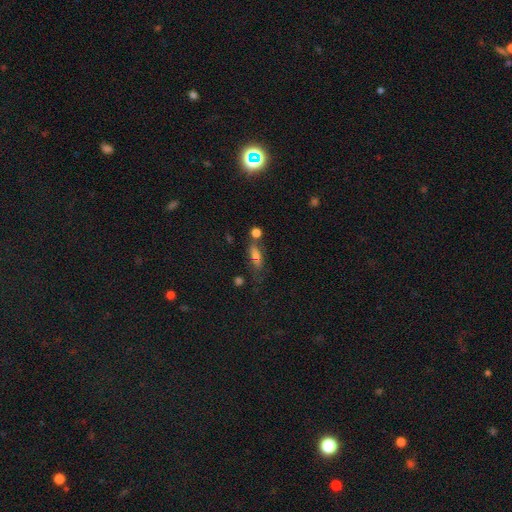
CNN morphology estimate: smooth 61%, featured or disk 23%, star or artifact 15%. Down the decision tree: how rounded — in between (61%); merging — none (46%).